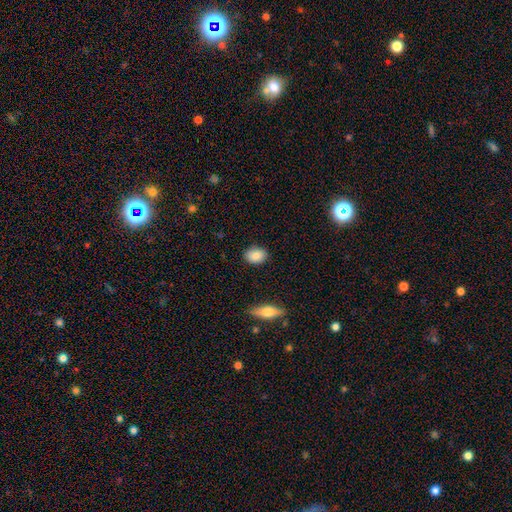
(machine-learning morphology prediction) Smooth or featured? smooth (86%)
How rounded? in between (69%)
Merging? none (86%)